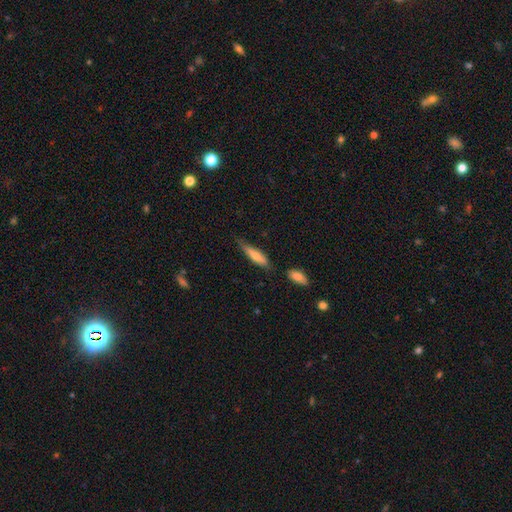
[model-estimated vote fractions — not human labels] smooth-or-featured: smooth: 65% | featured or disk: 29% | star or artifact: 6%
  how-rounded: cigar-shaped: 72% | in between: 26% | round: 2%
  merging: none: 69% | minor disturbance: 21% | merger: 6% | major disturbance: 4%